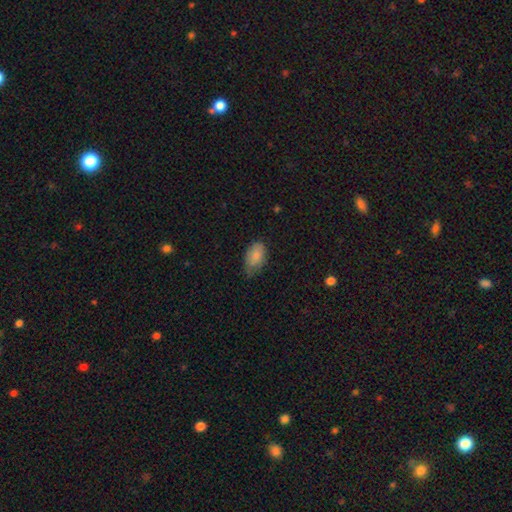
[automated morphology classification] Smooth or featured: smooth — 84% (featured or disk — 9%)
How rounded: in between — 92% (round — 6%)
Merging: none — 52% (minor disturbance — 38%)